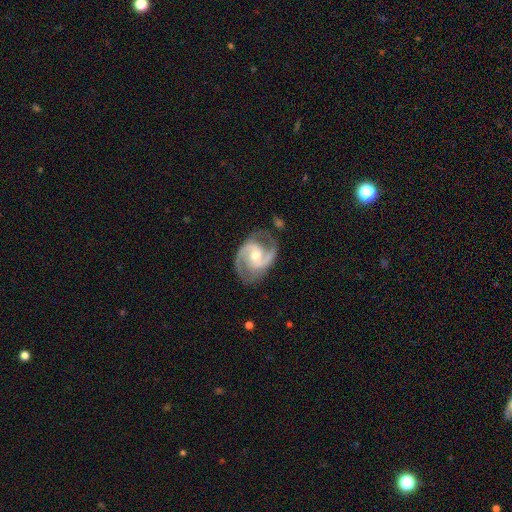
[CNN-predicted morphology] smooth-or-featured: featured or disk: 91% | smooth: 5% | star or artifact: 4%
  disk-edge-on: no: 98% | yes: 2%
    bar: no: 44% | weak: 41% | strong: 14%
    has-spiral-arms: yes: 98% | no: 2%
      spiral-winding: medium: 60% | tight: 25% | loose: 15%
      spiral-arm-count: 2: 89% | 3: 4% | can't tell: 3% | 1: 1% | 4: 1% | more than 4: 1%
    bulge-size: moderate: 65% | small: 29% | large: 4% | none: 1% | dominant: 1%
  merging: none: 74% | minor disturbance: 18% | major disturbance: 6% | merger: 2%